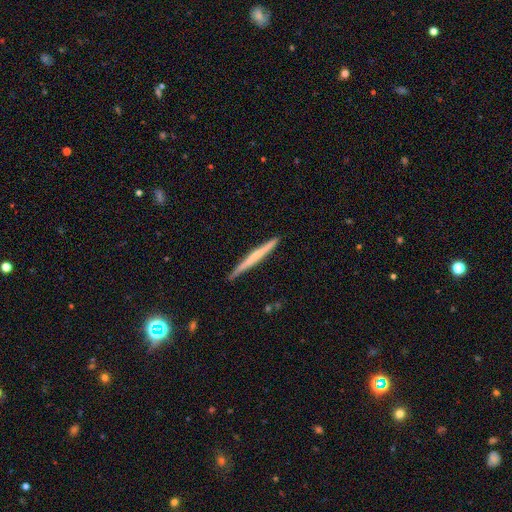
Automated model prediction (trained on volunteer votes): Smooth or featured? featured or disk (54%)
Edge-on disk? yes (97%)
Edge-on bulge? none (64%)
Merging? none (87%)